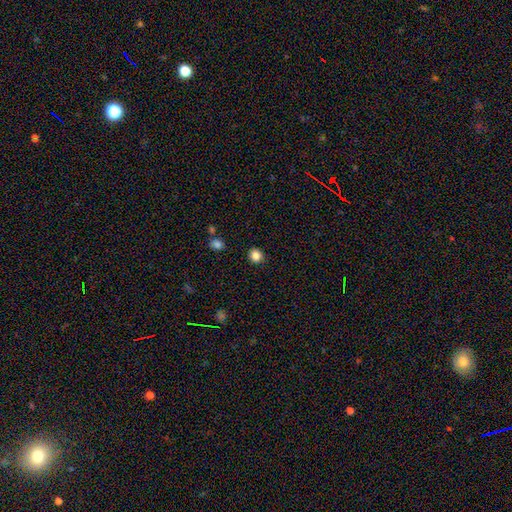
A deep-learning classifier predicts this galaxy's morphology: smooth-or-featured: smooth: 84% | star or artifact: 11% | featured or disk: 5%
  how-rounded: round: 87% | in between: 12% | cigar-shaped: 1%
  merging: none: 91% | minor disturbance: 6% | major disturbance: 2% | merger: 1%